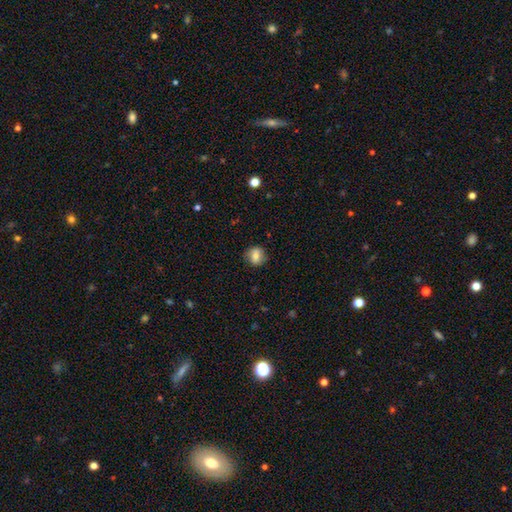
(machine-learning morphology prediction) Smooth or featured?
  - smooth: 73% *
  - featured or disk: 17%
  - star or artifact: 9%
How rounded?
  - round: 75% *
  - in between: 23%
  - cigar-shaped: 1%
Merging?
  - none: 82% *
  - minor disturbance: 13%
  - major disturbance: 3%
  - merger: 1%